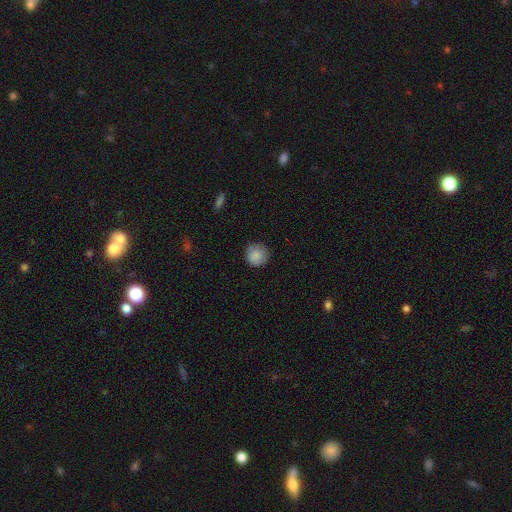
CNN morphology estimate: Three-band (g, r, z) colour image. It shows a smooth galaxy with no disk features (86%) that is round (94%). Merging: none (84%).